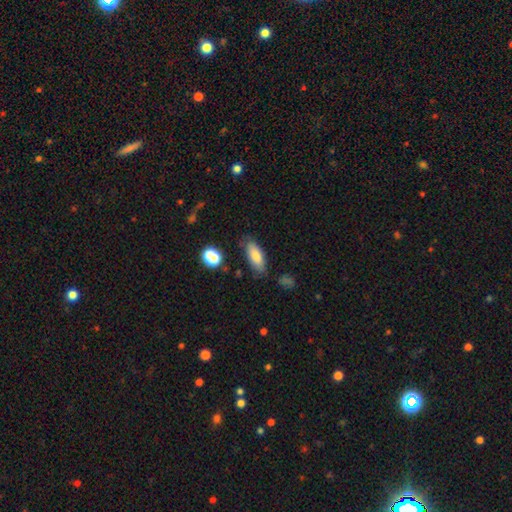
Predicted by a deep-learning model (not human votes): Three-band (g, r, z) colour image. It shows a smooth galaxy with no disk features (78%) that is in between round and cigar-shaped (76%). Merging: none (76%).